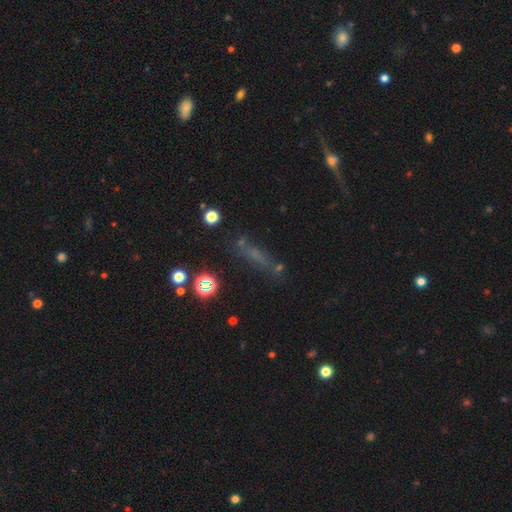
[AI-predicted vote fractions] Smooth or featured? smooth (43%)
Merging? none (62%)